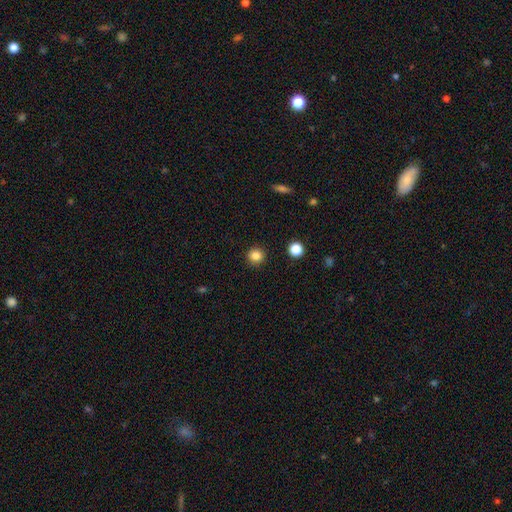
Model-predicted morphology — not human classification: smooth 84%, star or artifact 12%, featured or disk 4%. Down the decision tree: how rounded — round (94%); merging — none (92%).